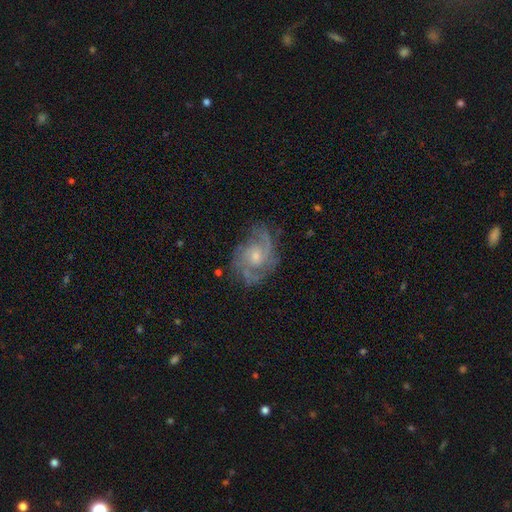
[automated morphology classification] Overall: featured or disk (83%). Edge-on disk: no (97%). Bar: no (69%). Spiral arms: yes (94%). Spiral arm count: 2 (50%; can't tell 19%). Spiral winding: medium (48%; tight 34%). Bulge size: small (56%; moderate 38%). Merging: none (67%).